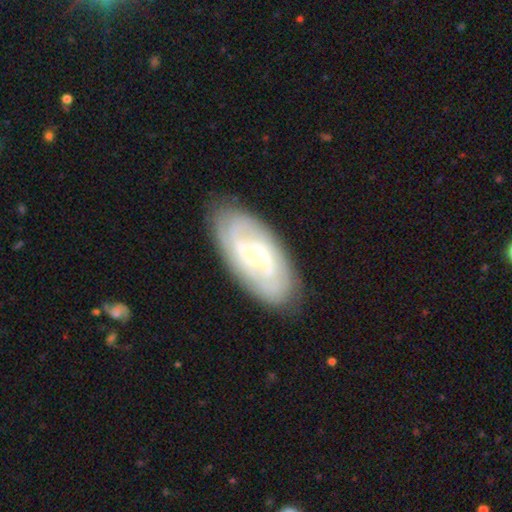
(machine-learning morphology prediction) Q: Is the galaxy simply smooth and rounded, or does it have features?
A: featured or disk — 79%.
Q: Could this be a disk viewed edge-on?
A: no — 93%.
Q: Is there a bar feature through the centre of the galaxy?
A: weak — 48%.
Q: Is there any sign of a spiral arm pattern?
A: yes — 91%.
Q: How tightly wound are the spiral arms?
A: tight — 44%.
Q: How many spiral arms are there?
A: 2 — 45%.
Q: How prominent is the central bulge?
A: small — 54%.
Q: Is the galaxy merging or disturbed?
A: none — 84%.